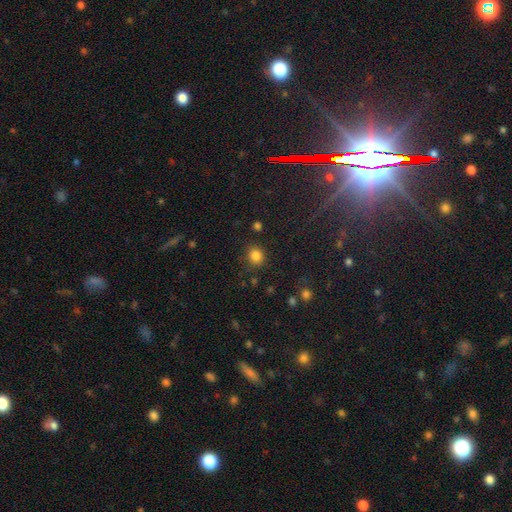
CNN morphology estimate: Smooth or featured?
  - smooth: 83% *
  - star or artifact: 12%
  - featured or disk: 5%
How rounded?
  - round: 79% *
  - in between: 21%
  - cigar-shaped: 1%
Merging?
  - none: 83% *
  - minor disturbance: 11%
  - major disturbance: 4%
  - merger: 2%